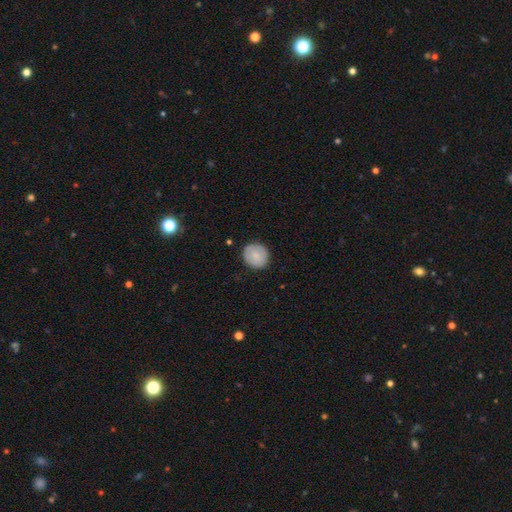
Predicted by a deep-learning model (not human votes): smooth 85%, featured or disk 8%, star or artifact 7%. Down the decision tree: how rounded — round (89%); merging — none (88%).